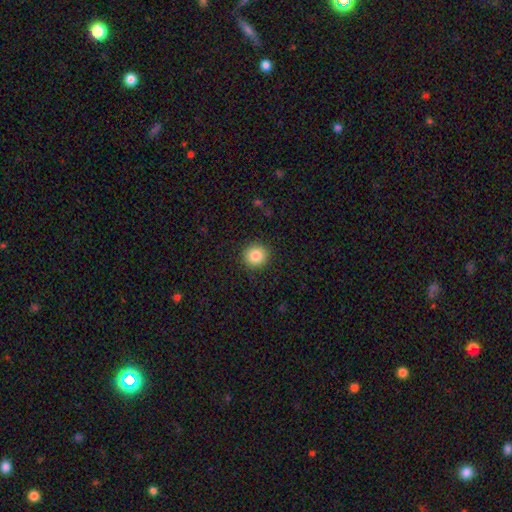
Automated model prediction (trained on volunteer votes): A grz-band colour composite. It shows a smooth galaxy with no disk features (86%) that is round (92%). Merging: none (91%).